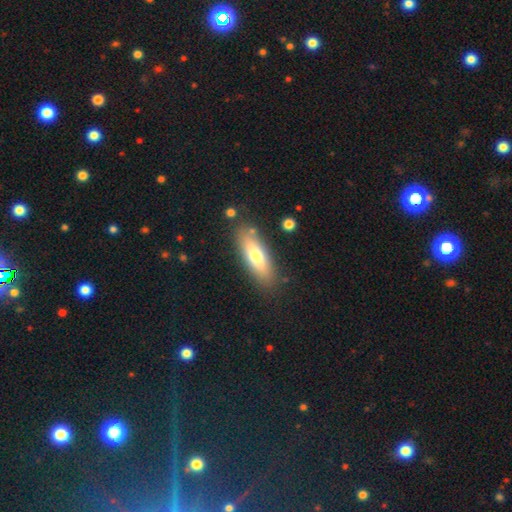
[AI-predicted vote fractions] A smooth galaxy with no disk features (68%) that is in between round and cigar-shaped (59%). Merging: none (83%).